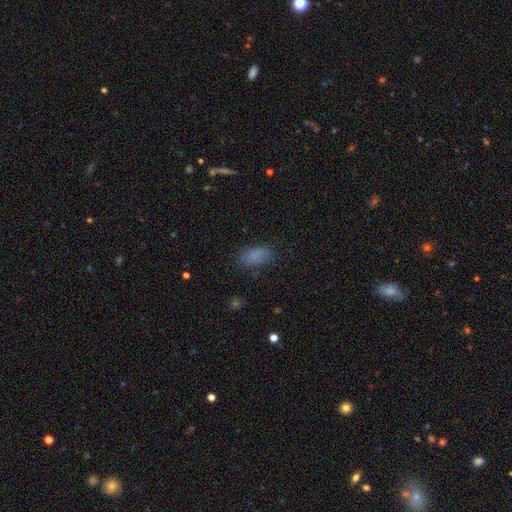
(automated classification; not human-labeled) The model was most divided on "merging": none: 77%, minor disturbance: 16%, major disturbance: 6%, merger: 1%. More confident: how rounded — in between (86%); smooth or featured — smooth (82%).